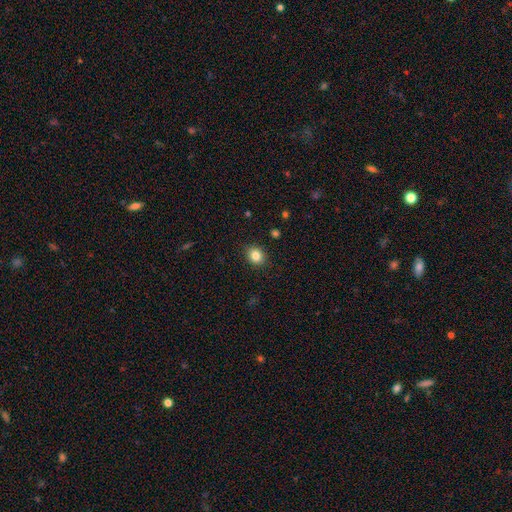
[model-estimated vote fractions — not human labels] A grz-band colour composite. It shows a smooth galaxy with no disk features (84%) that is round (63%). Merging: none (89%).